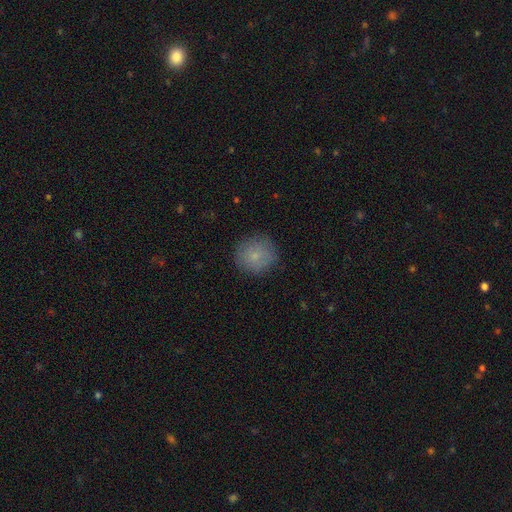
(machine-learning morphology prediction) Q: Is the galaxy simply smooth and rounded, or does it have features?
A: smooth — 80%.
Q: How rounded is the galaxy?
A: round — 92%.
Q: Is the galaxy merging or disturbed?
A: none — 85%.